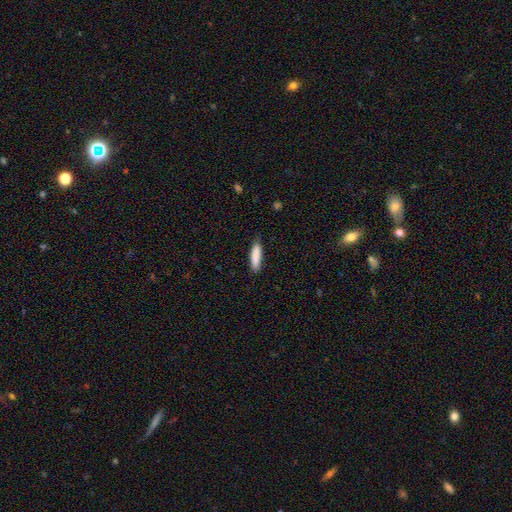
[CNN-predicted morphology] type=smooth (87%); roundness=cigar-shaped (74%); merging=none (84%).